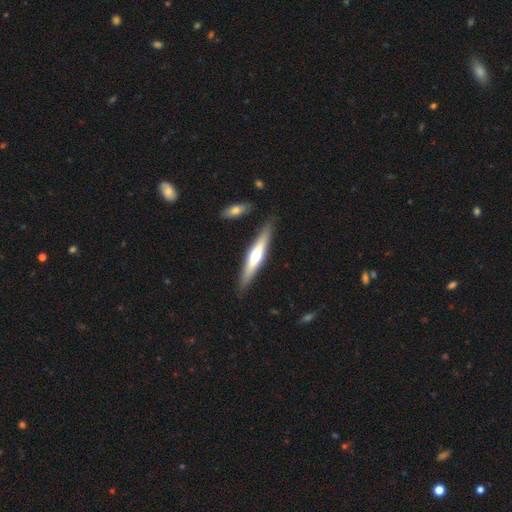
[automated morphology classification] A featured or disk galaxy (56%) viewed edge-on (94%) with a rounded central bulge (88%). Merging: none (87%).